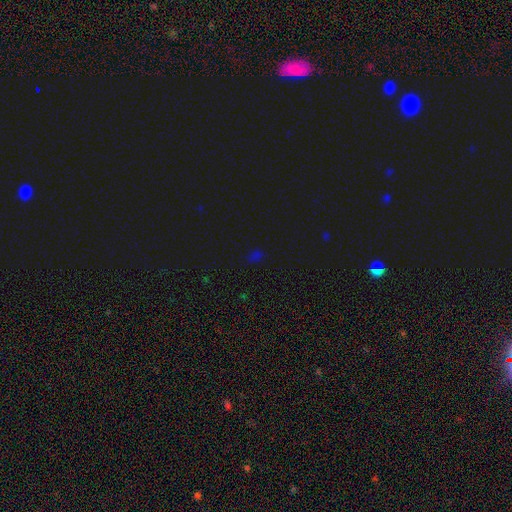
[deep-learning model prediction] Smooth or featured: star or artifact — 52% (smooth — 42%)